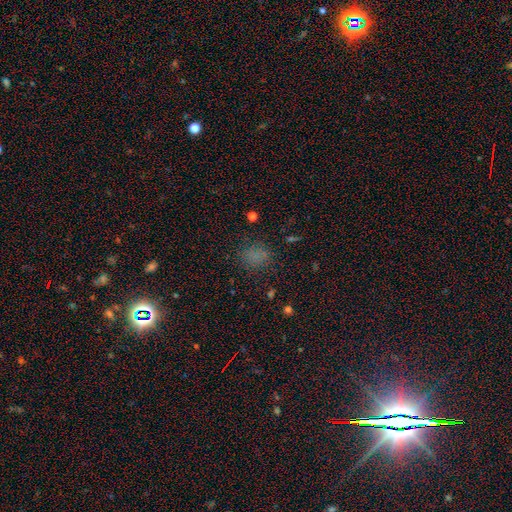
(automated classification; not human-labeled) smooth 70%, star or artifact 23%, featured or disk 7%. Down the decision tree: how rounded — round (52%); merging — none (78%).